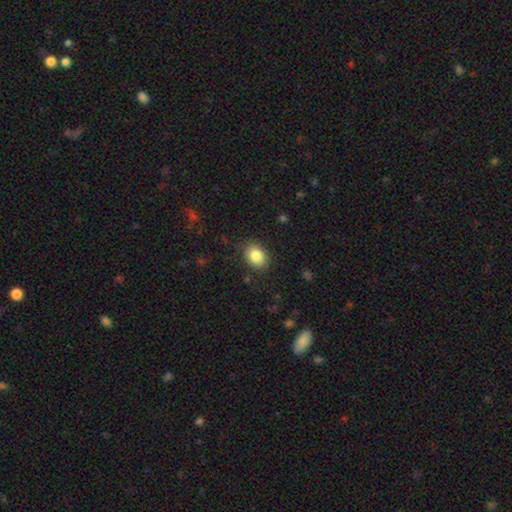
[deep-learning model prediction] This is clearly a smooth galaxy (85%). How rounded: likely in between (64%). Merging: clearly none (85%).